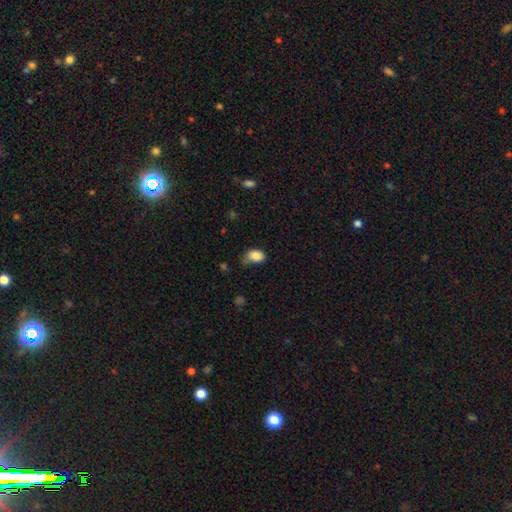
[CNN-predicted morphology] The model was most divided on "merging": none: 53%, minor disturbance: 35%, major disturbance: 9%, merger: 3%. More confident: smooth or featured — smooth (87%); how rounded — in between (81%).